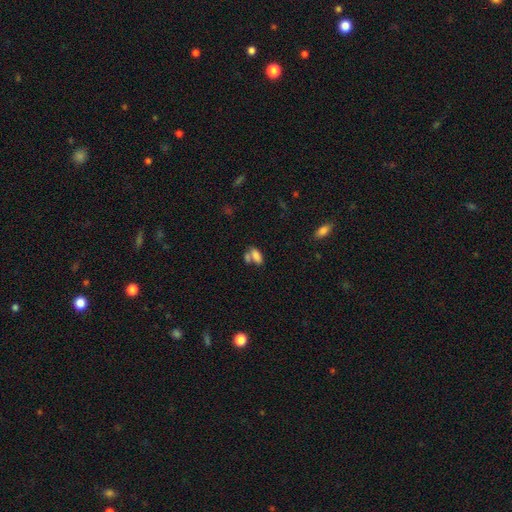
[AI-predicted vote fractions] This is likely a smooth galaxy (79%). How rounded: clearly in between (89%). Merging: marginally merger (45%).